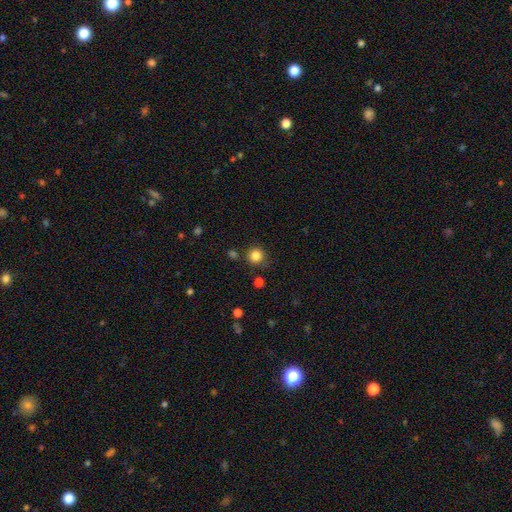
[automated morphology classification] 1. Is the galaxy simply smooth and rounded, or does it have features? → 84% smooth, 12% star or artifact, 5% featured or disk.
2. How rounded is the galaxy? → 92% round, 7% in between, 1% cigar-shaped.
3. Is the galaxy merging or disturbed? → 81% none, 12% minor disturbance, 4% merger, 4% major disturbance.